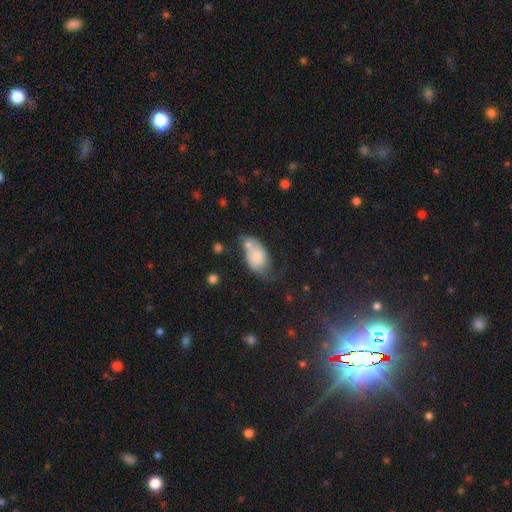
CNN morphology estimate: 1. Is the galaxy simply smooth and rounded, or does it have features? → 58% smooth, 34% featured or disk, 8% star or artifact.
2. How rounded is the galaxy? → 87% in between, 11% round, 2% cigar-shaped.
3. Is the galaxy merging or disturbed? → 29% none, 25% minor disturbance, 25% merger, 21% major disturbance.